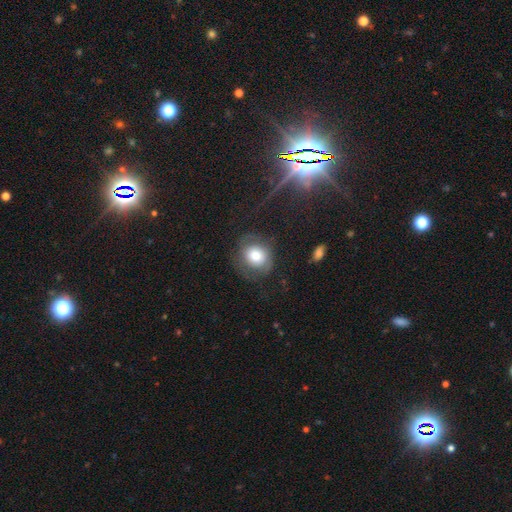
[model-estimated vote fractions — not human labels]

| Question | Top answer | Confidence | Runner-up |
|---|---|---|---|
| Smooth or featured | smooth | 69% | featured or disk (21%) |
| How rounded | round | 73% | in between (26%) |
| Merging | none | 65% | minor disturbance (20%) |